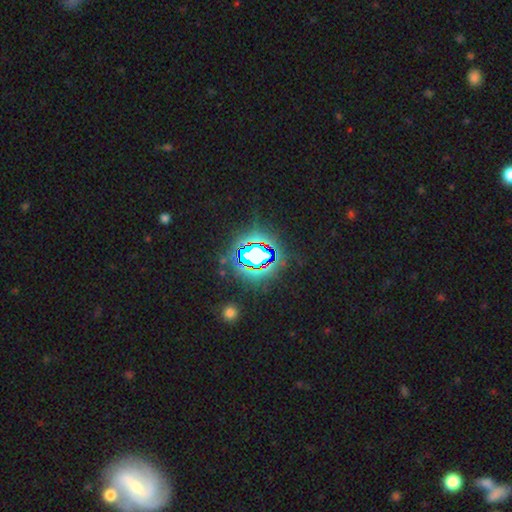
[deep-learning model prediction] Smooth or featured? Predicted: star or artifact (p=0.77).